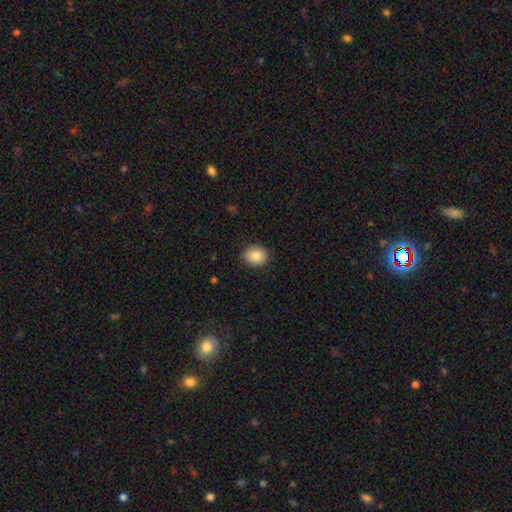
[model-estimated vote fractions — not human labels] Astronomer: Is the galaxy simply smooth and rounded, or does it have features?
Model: smooth — 84%.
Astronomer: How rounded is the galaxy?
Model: round — 66%.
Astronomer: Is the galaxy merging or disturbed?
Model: none — 89%.